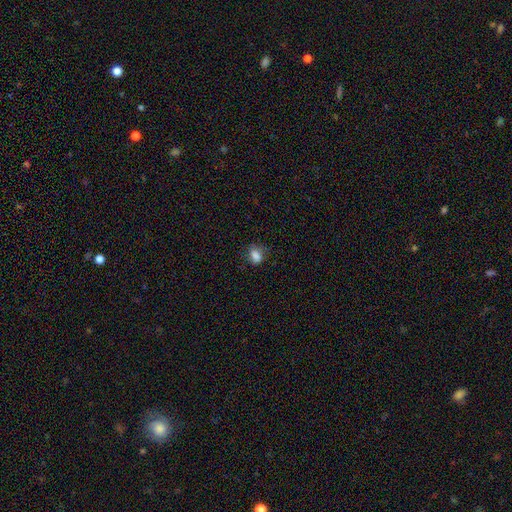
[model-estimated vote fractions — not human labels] A smooth galaxy with no disk features (82%) that is in between round and cigar-shaped (72%). Merging: none (64%).